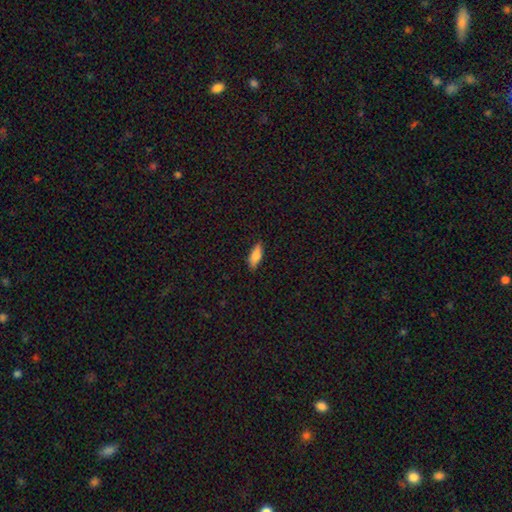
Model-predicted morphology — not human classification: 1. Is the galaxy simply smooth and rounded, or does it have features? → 79% smooth, 14% featured or disk, 6% star or artifact.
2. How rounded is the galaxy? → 70% in between, 28% cigar-shaped, 2% round.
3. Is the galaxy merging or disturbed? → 87% none, 10% minor disturbance, 2% major disturbance, 1% merger.